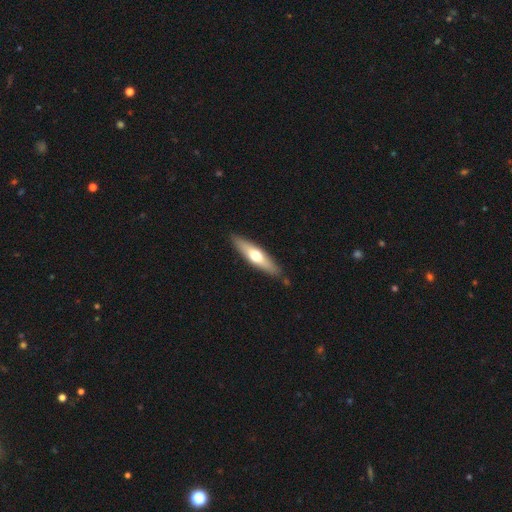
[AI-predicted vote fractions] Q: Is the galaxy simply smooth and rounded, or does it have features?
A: smooth — 50%.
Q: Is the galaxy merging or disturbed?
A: none — 87%.